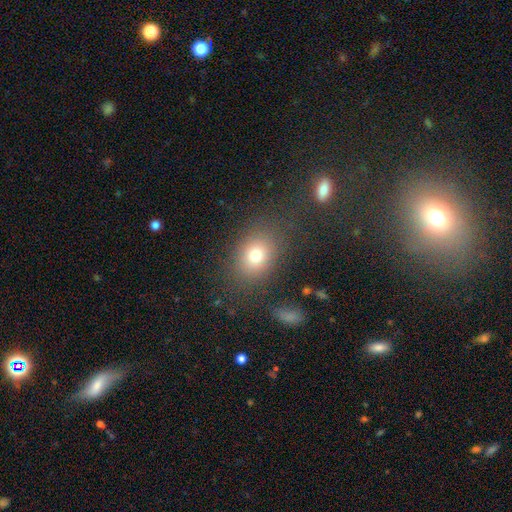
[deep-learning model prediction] Overall: smooth (75%). How rounded: in between (57%; round 41%). Merging: none (76%).